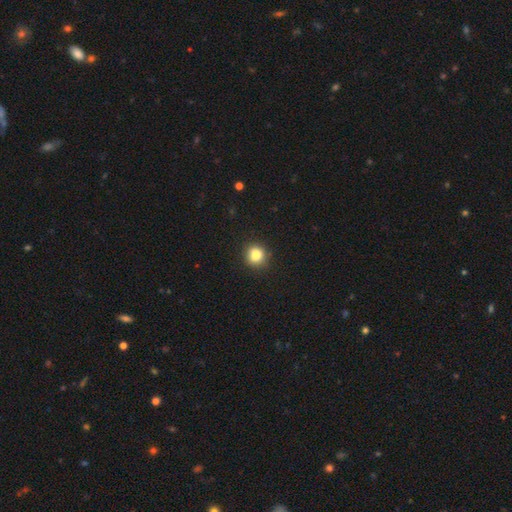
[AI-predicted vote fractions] This appears to be a smooth galaxy with no disk features (84%) that is round (86%). Merging: none (90%).